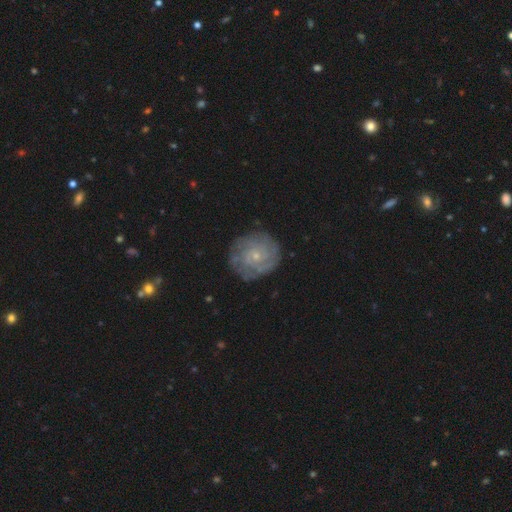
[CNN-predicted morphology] type=featured or disk (72%); edge-on=no (98%); bar=no (79%); spiral arms=yes (87%); winding=tight (73%); arm count=can't tell (46%); bulge=small (77%); merging=none (79%).